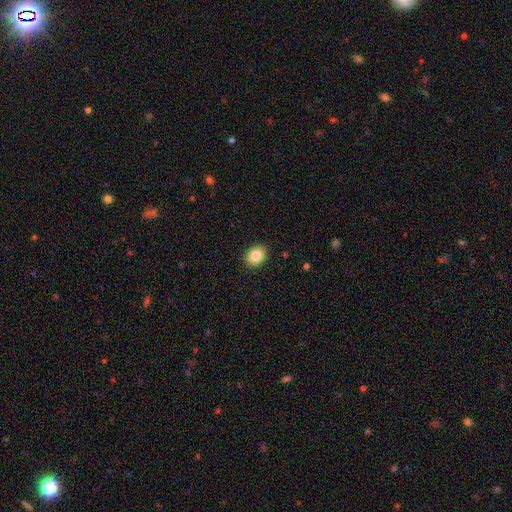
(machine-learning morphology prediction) smooth_or_featured: smooth (p=0.83) [alt: star or artifact p=0.09]
how_rounded: round (p=0.51) [alt: in between p=0.48]
merging: none (p=0.91) [alt: minor disturbance p=0.07]